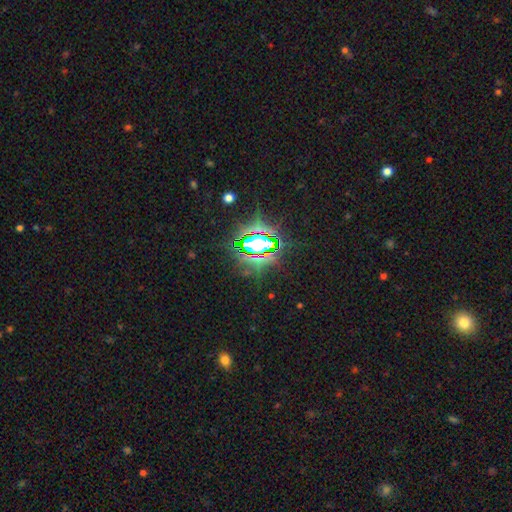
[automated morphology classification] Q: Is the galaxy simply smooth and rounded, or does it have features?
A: star or artifact — 82%.